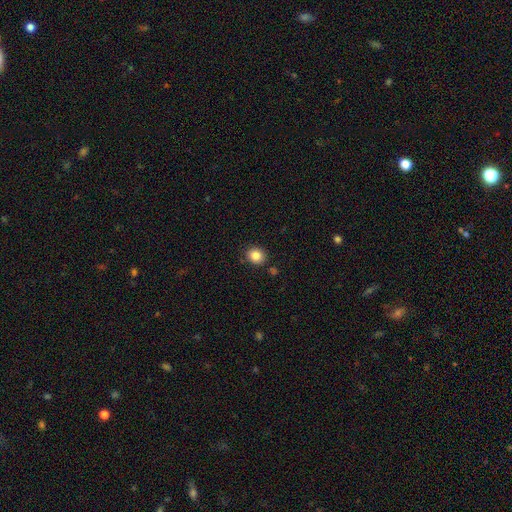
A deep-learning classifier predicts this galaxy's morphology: smooth-or-featured: smooth: 84% | star or artifact: 10% | featured or disk: 6%
  how-rounded: round: 74% | in between: 25% | cigar-shaped: 1%
  merging: none: 86% | minor disturbance: 9% | merger: 3% | major disturbance: 2%